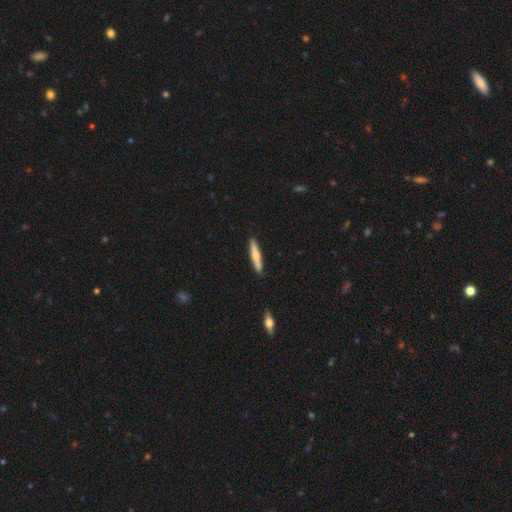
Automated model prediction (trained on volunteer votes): Smooth or featured: smooth — 63% (featured or disk — 31%)
How rounded: cigar-shaped — 90% (in between — 9%)
Merging: none — 88% (minor disturbance — 9%)